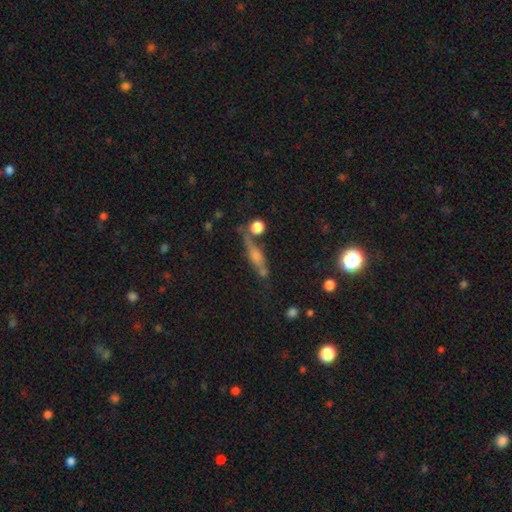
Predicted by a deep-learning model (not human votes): smooth-or-featured: featured or disk: 55% | smooth: 28% | star or artifact: 16%
  disk-edge-on: yes: 85% | no: 15%
  merging: none: 67% | minor disturbance: 17% | merger: 9% | major disturbance: 8%